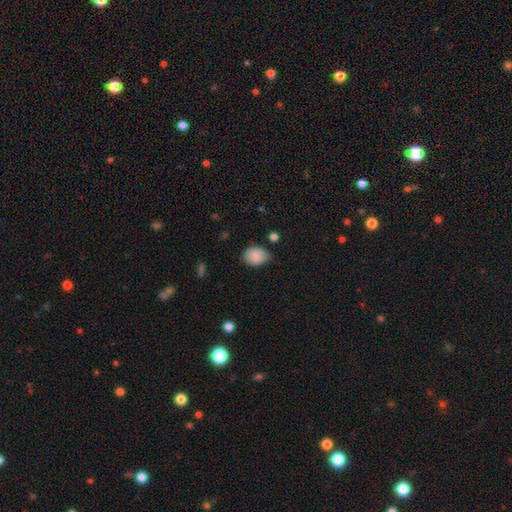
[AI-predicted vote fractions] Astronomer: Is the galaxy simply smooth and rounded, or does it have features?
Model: smooth — 87%.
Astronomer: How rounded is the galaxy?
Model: in between — 66%.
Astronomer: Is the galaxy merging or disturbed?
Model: none — 61%.